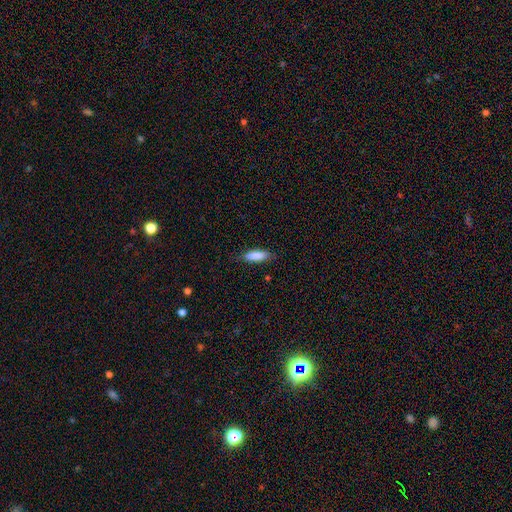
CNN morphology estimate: Smooth or featured?
  - smooth: 86% *
  - featured or disk: 8%
  - star or artifact: 6%
How rounded?
  - cigar-shaped: 56% *
  - in between: 42%
  - round: 2%
Merging?
  - none: 82% *
  - minor disturbance: 14%
  - major disturbance: 3%
  - merger: 1%